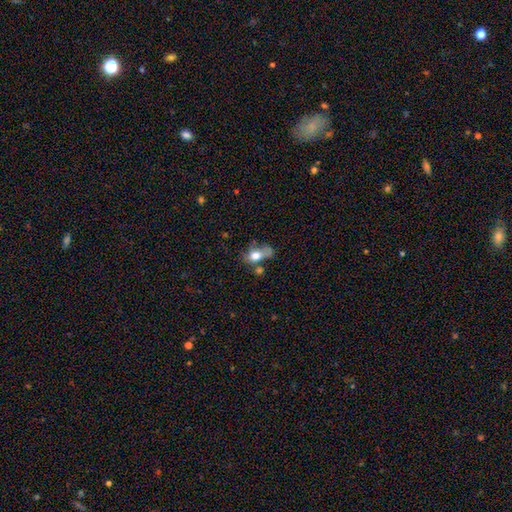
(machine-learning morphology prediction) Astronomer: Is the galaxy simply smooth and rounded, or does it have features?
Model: smooth — 66%.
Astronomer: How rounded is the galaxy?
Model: in between — 73%.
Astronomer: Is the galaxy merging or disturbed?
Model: major disturbance — 30% (runner-up: merger, 25%).